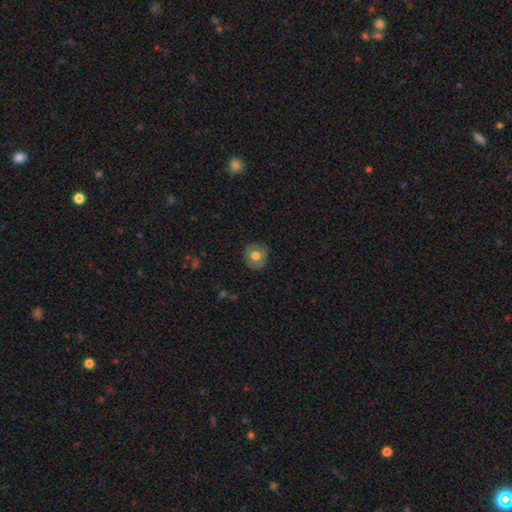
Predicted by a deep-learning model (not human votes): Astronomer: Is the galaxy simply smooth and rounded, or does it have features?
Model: smooth — 68%.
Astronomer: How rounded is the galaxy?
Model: round — 84%.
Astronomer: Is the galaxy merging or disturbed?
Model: none — 82%.